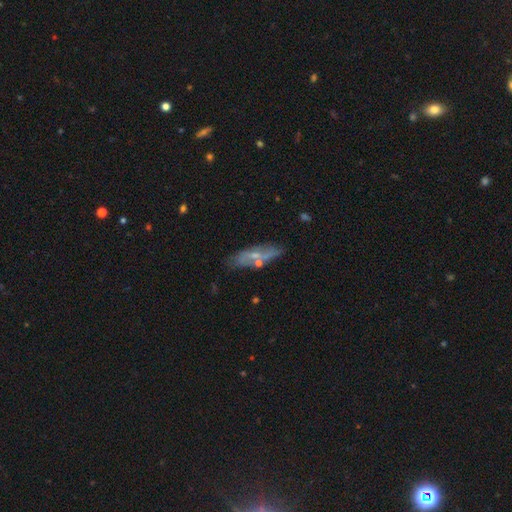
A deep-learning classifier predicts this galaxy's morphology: A featured or disk galaxy (48%).

Vote fractions:
- Smooth or featured? featured or disk: 48% / smooth: 42% / star or artifact: 10%
- Merging? none: 70% / minor disturbance: 17% / merger: 8% / major disturbance: 5%